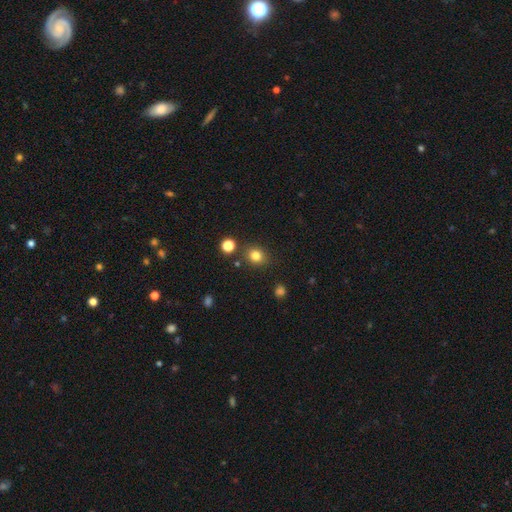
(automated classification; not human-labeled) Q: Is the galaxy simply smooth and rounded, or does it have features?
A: smooth — 80%.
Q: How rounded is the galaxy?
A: round — 76%.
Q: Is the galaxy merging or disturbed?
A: none — 83%.